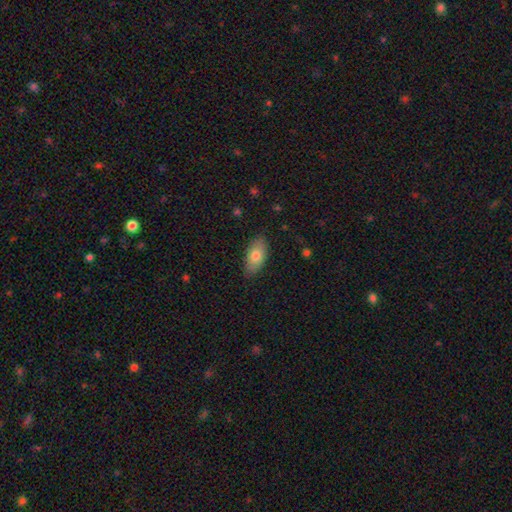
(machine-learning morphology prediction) Smooth or featured? smooth (78%)
How rounded? in between (92%)
Merging? none (84%)